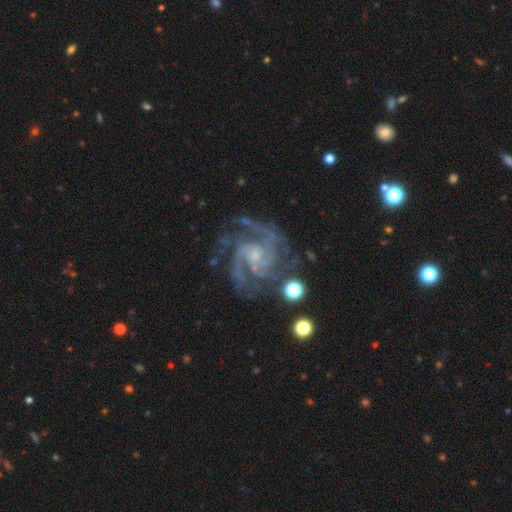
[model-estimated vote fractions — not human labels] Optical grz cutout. It shows a featured or disk galaxy (92%) with no bar (61%), 3 (38%) tight (48%) spiral arms (98%) and a small central bulge (70%). Merging: none (71%).